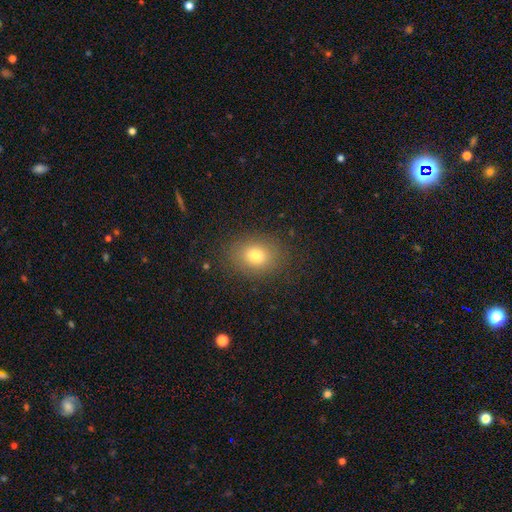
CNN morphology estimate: A smooth galaxy with no disk features (76%) that is in between round and cigar-shaped (57%).

Vote fractions:
- Smooth or featured? smooth: 76% / star or artifact: 13% / featured or disk: 11%
- How rounded? in between: 57% / round: 42% / cigar-shaped: 1%
- Merging? none: 86% / minor disturbance: 9% / major disturbance: 4% / merger: 1%